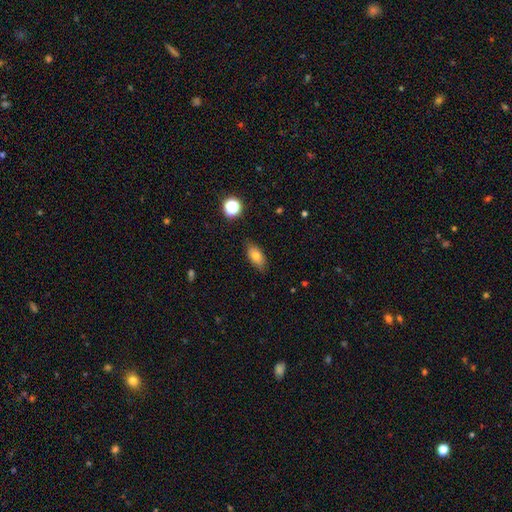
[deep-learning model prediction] Smooth or featured? smooth (75%)
How rounded? in between (87%)
Merging? none (84%)